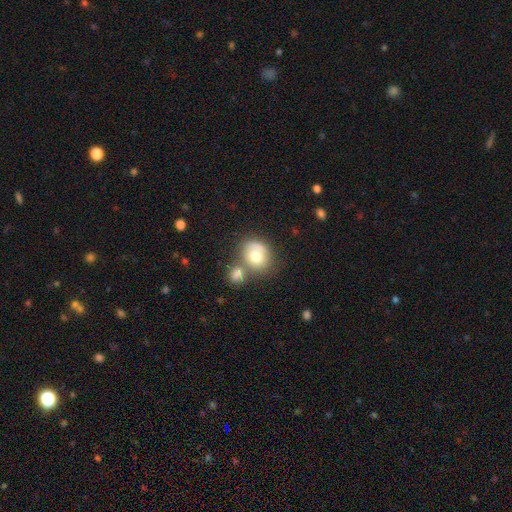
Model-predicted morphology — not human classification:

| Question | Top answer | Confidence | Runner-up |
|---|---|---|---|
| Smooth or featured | smooth | 71% | featured or disk (21%) |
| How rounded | round | 66% | in between (33%) |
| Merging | merger | 39% | none (38%) |